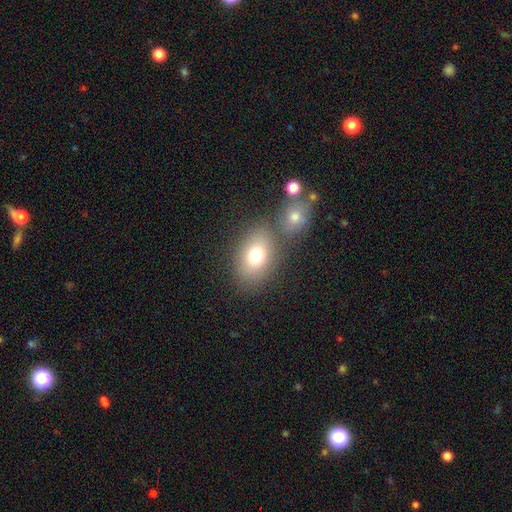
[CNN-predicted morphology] A smooth galaxy with no disk features (76%) that is in between round and cigar-shaped (73%). Merging: none (62%).